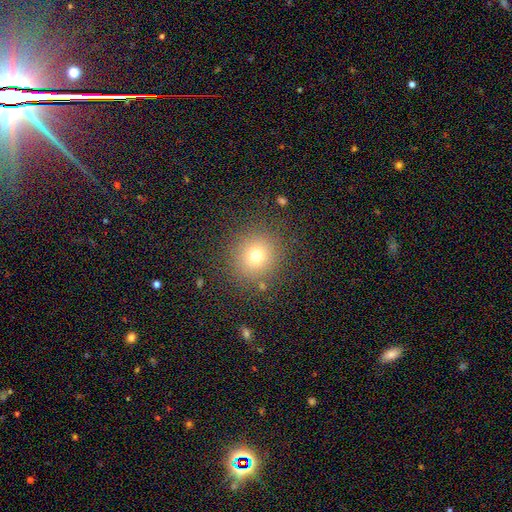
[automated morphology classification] Q: Smooth or featured?
A: smooth (71%); runner-up: star or artifact (18%)
Q: How rounded?
A: round (93%); runner-up: in between (6%)
Q: Merging?
A: none (86%); runner-up: minor disturbance (8%)